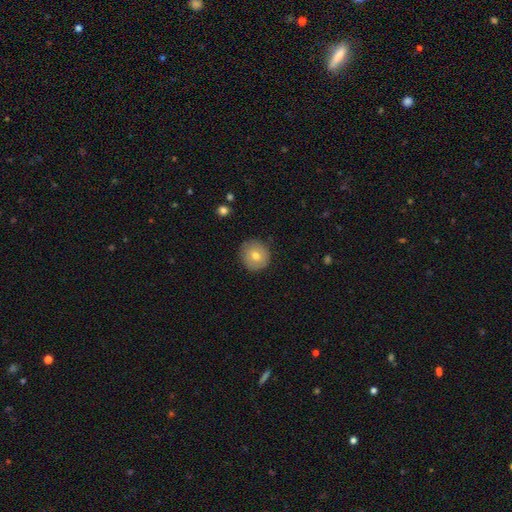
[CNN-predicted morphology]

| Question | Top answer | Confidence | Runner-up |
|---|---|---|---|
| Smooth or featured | smooth | 69% | featured or disk (23%) |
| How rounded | round | 92% | in between (7%) |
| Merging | none | 87% | minor disturbance (10%) |